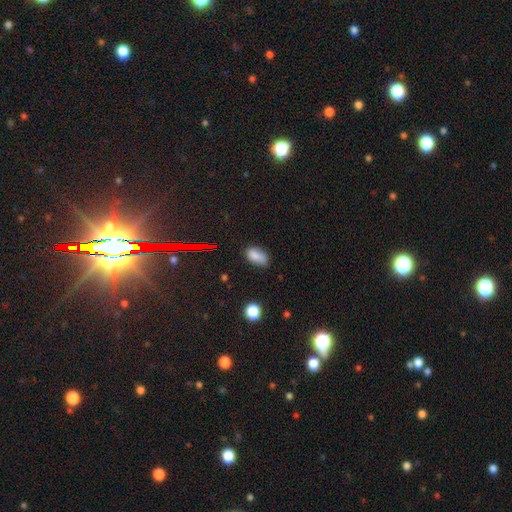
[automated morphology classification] smooth-or-featured: smooth: 81% | star or artifact: 12% | featured or disk: 7%
  how-rounded: in between: 89% | round: 6% | cigar-shaped: 5%
  merging: none: 70% | minor disturbance: 23% | major disturbance: 4% | merger: 3%